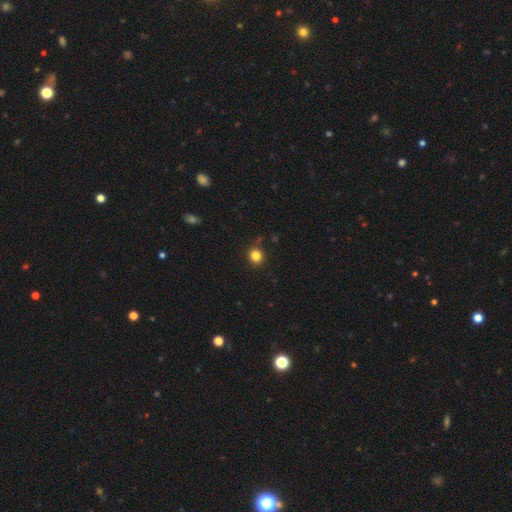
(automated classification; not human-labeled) Overall: smooth (82%). How rounded: round (86%). Merging: none (80%).